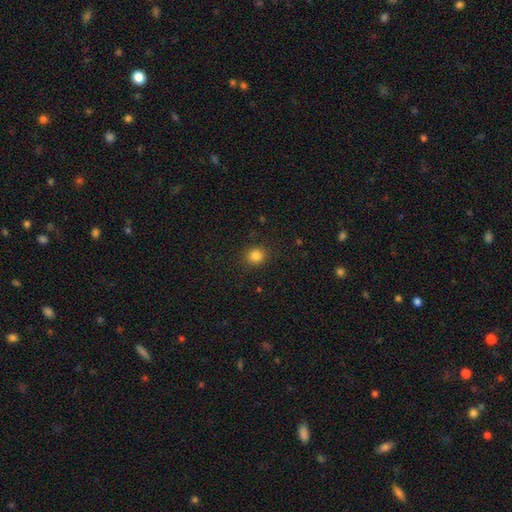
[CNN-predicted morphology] Smooth or featured: smooth — 84% (star or artifact — 12%)
How rounded: round — 86% (in between — 13%)
Merging: none — 89% (minor disturbance — 7%)